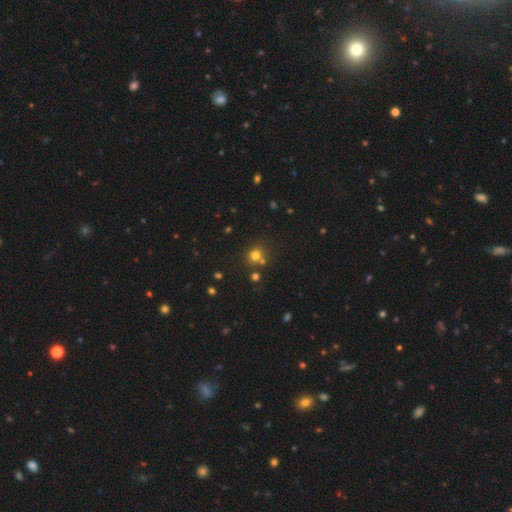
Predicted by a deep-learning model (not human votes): The model was most divided on "merging": none: 67%, merger: 20%, minor disturbance: 9%, major disturbance: 4%. More confident: how rounded — round (86%); smooth or featured — smooth (72%).